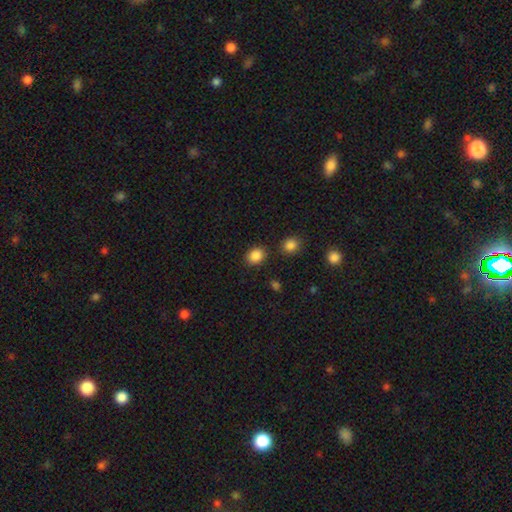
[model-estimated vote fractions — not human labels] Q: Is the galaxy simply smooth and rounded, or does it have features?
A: smooth — 87%.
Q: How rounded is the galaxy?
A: round — 57%.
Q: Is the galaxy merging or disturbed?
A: none — 84%.